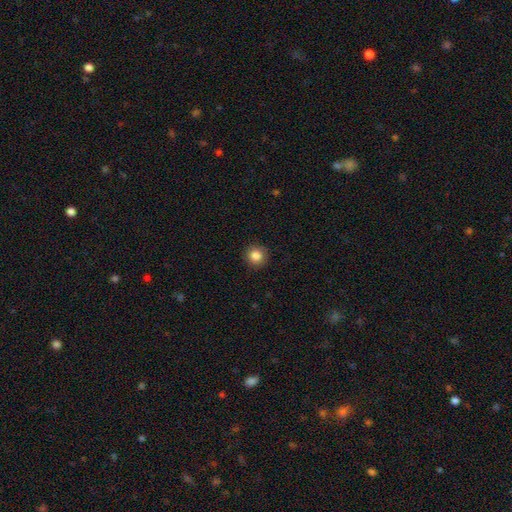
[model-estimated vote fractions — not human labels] A smooth galaxy with no disk features (85%) that is round (93%).

Vote fractions:
- Smooth or featured? smooth: 85% / star or artifact: 10% / featured or disk: 5%
- How rounded? round: 93% / in between: 6% / cigar-shaped: 1%
- Merging? none: 92% / minor disturbance: 6% / major disturbance: 2% / merger: 1%